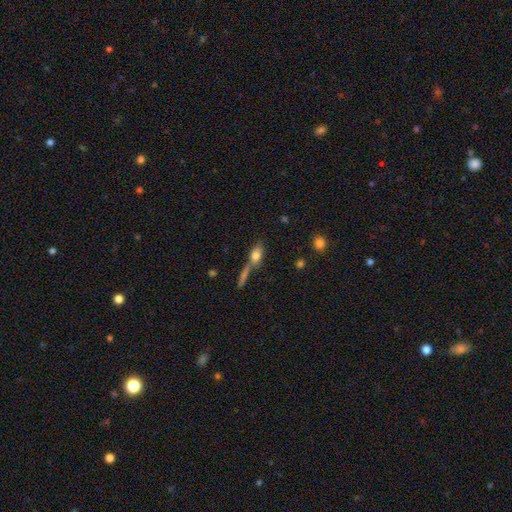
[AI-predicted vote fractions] The model was most divided on "merging": none: 44%, merger: 38%, minor disturbance: 12%, major disturbance: 6%. More confident: smooth or featured — smooth (72%); how rounded — in between (71%).